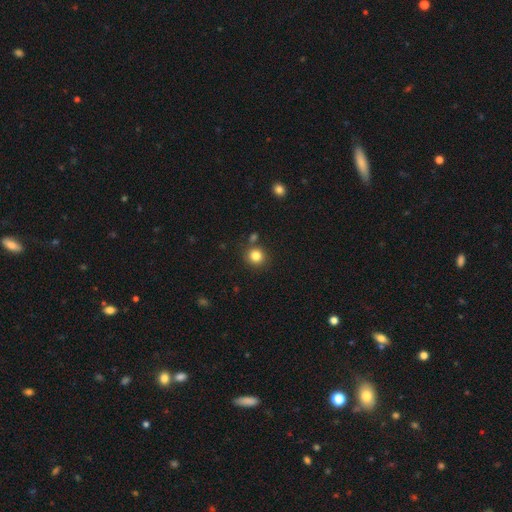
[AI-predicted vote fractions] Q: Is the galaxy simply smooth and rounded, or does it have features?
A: smooth — 82%.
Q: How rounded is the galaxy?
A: round — 89%.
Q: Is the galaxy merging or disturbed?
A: none — 81%.